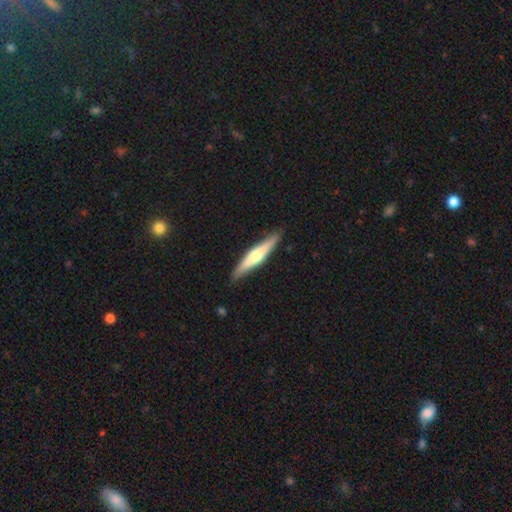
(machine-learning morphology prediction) featured or disk 54%, smooth 41%, star or artifact 5%. Down the decision tree: edge-on disk — yes (95%); edge-on bulge — rounded (83%); merging — none (89%).